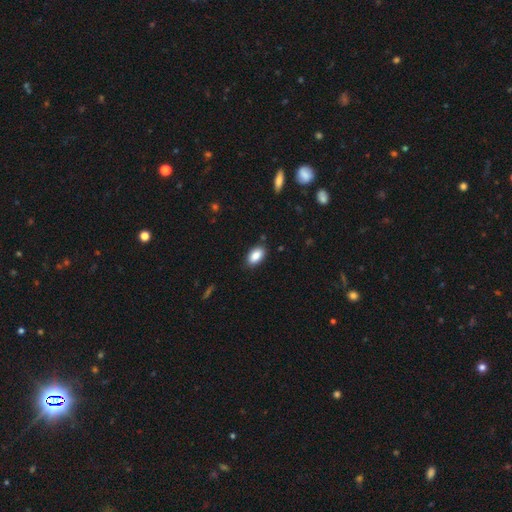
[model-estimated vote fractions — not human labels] smooth-or-featured: smooth: 87% | star or artifact: 7% | featured or disk: 5%
  how-rounded: in between: 93% | round: 4% | cigar-shaped: 2%
  merging: none: 86% | minor disturbance: 10% | major disturbance: 2% | merger: 1%